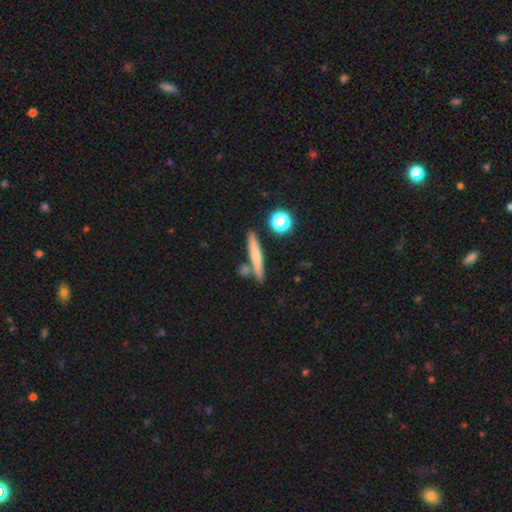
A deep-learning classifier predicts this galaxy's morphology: This is possibly a smooth galaxy (57%). How rounded: clearly cigar-shaped (89%). Merging: likely none (78%).